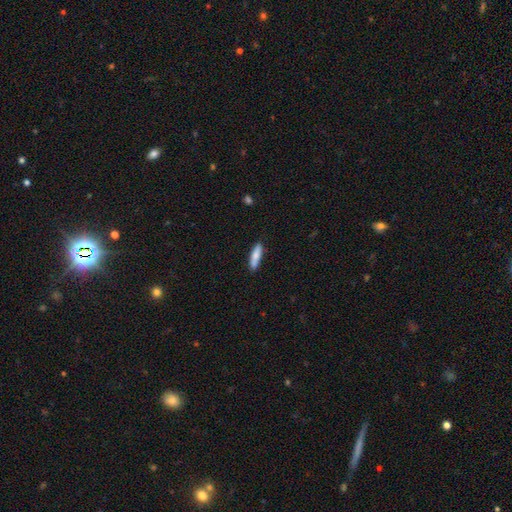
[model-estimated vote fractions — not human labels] smooth 77%, featured or disk 17%, star or artifact 6%. Down the decision tree: how rounded — cigar-shaped (72%); merging — none (81%).